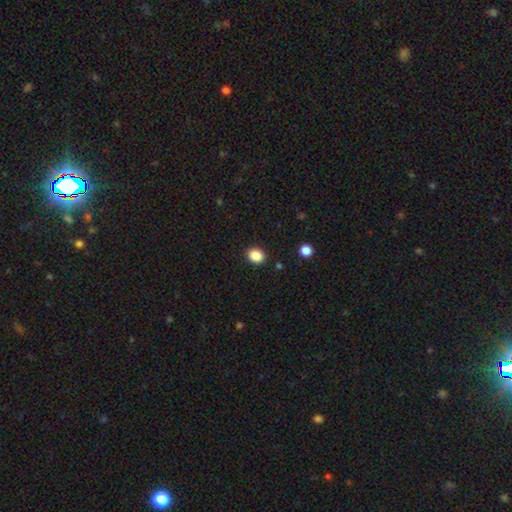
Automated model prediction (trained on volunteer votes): This is clearly a smooth galaxy (87%). How rounded: possibly round (60%). Merging: clearly none (90%).